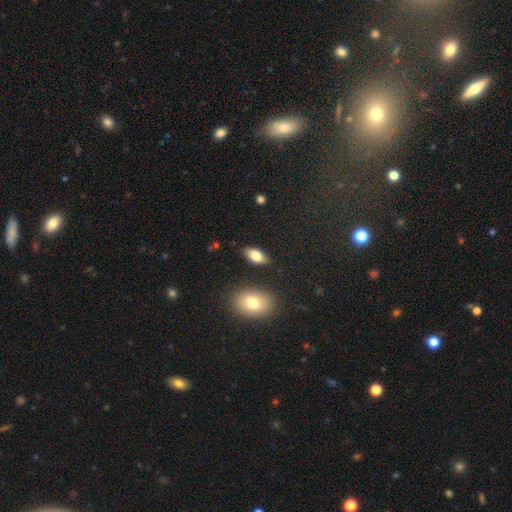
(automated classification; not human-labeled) smooth_or_featured: smooth (p=0.79) [alt: featured or disk p=0.14]
how_rounded: in between (p=0.90) [alt: cigar-shaped p=0.06]
merging: none (p=0.85) [alt: minor disturbance p=0.10]